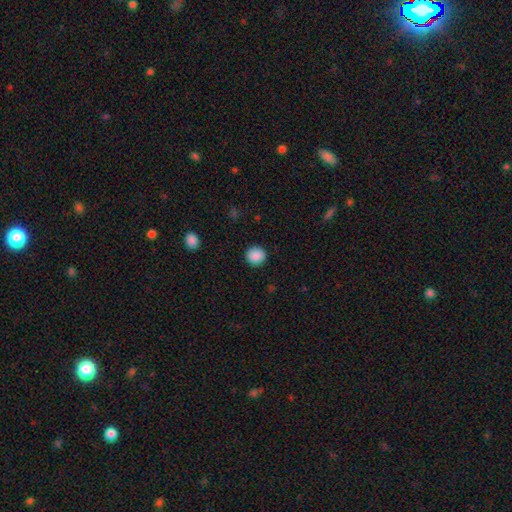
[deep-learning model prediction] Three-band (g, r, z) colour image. It shows a smooth galaxy with no disk features (89%) that is round (92%). Merging: none (91%).